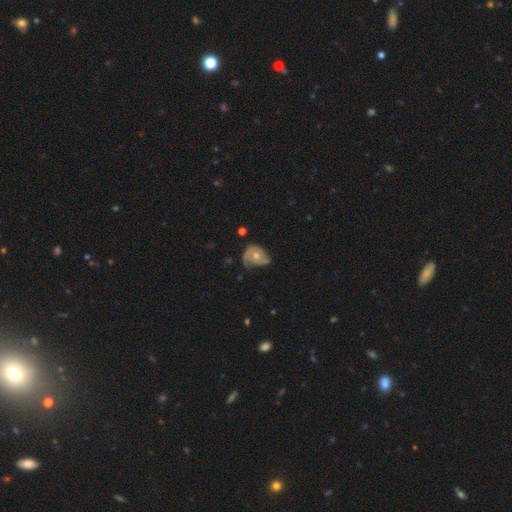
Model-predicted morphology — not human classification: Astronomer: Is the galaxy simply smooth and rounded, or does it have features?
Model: featured or disk — 72%.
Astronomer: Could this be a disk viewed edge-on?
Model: no — 97%.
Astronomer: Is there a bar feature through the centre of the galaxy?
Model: no — 81%.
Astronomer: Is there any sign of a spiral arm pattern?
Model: yes — 86%.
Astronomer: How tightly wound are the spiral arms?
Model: tight — 50% (runner-up: medium, 35%).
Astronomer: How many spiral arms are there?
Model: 2 — 42% (runner-up: can't tell, 19%).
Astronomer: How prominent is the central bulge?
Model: moderate — 58% (runner-up: small, 38%).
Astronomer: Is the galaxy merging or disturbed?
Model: none — 46% (runner-up: minor disturbance, 32%).